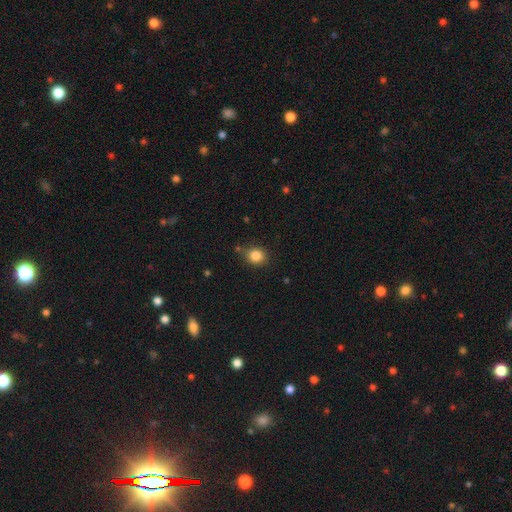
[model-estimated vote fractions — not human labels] This appears to be a smooth galaxy with no disk features (84%) that is round (68%). Merging: none (81%).